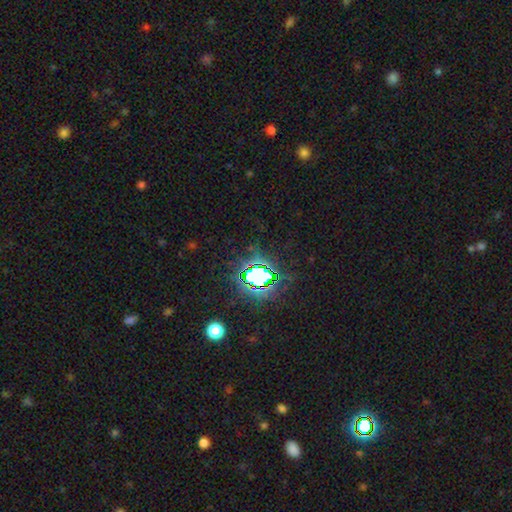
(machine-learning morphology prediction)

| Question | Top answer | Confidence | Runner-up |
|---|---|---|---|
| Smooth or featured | star or artifact | 79% | smooth (13%) |